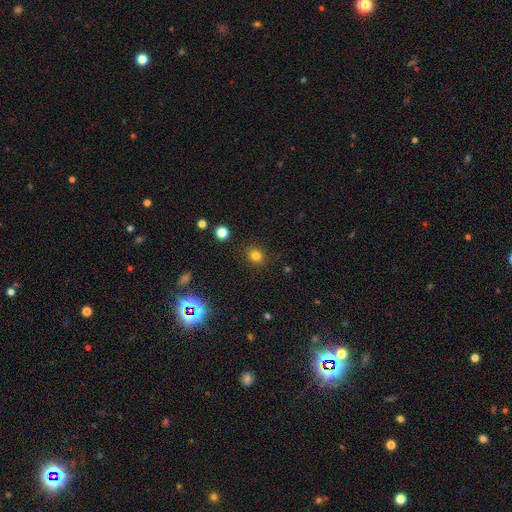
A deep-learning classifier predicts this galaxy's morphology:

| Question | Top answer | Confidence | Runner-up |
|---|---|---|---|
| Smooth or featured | smooth | 79% | star or artifact (15%) |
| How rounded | round | 76% | in between (23%) |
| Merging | none | 88% | minor disturbance (7%) |